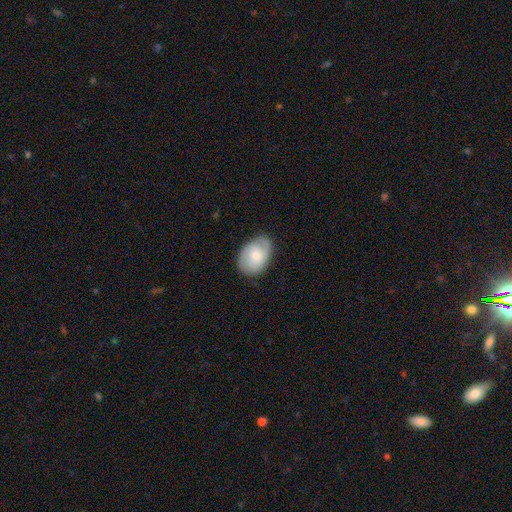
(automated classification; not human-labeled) Smooth or featured? Predicted: smooth (p=0.56). How rounded? Predicted: in between (p=0.80). Merging? Predicted: none (p=0.72).